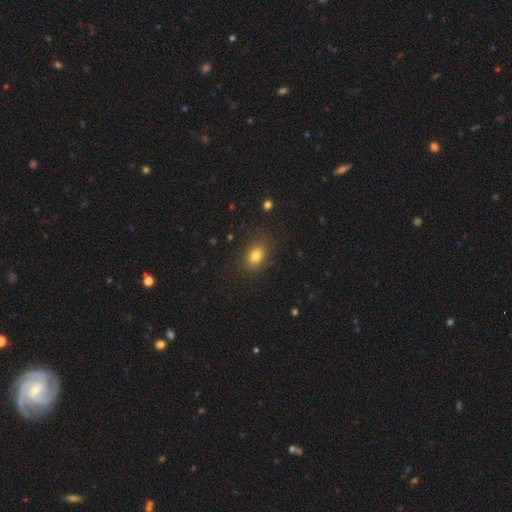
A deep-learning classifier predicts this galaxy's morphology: smooth-or-featured: smooth: 81% | star or artifact: 12% | featured or disk: 7%
  how-rounded: in between: 69% | round: 30% | cigar-shaped: 1%
  merging: none: 84% | minor disturbance: 11% | major disturbance: 4% | merger: 1%